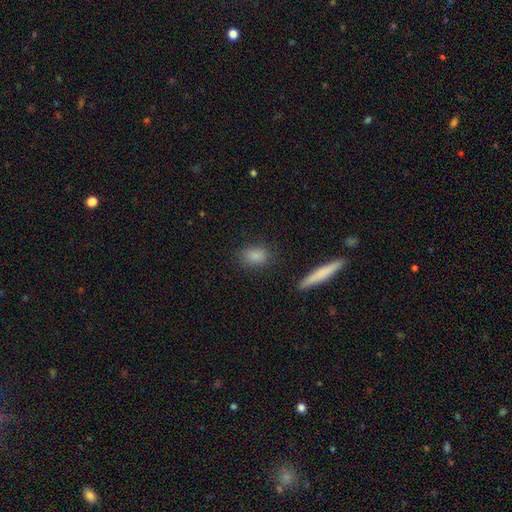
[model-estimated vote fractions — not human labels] Morphology: type=smooth (84%); roundness=in between (78%); merging=none (82%).